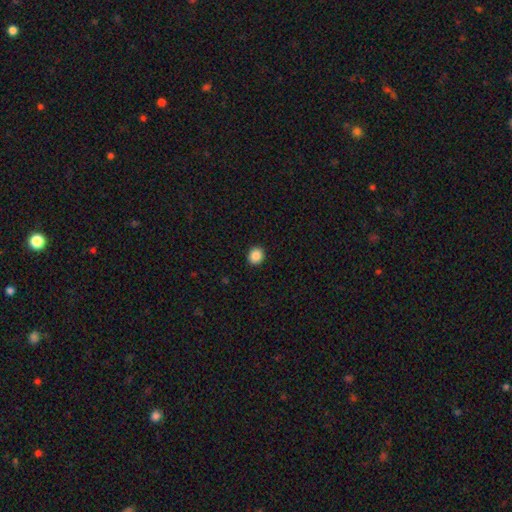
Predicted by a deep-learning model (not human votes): Smooth or featured? smooth (88%)
How rounded? round (80%)
Merging? none (92%)